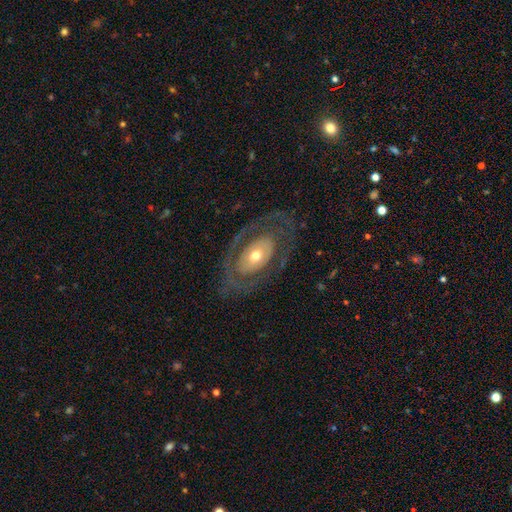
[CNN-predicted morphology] type=featured or disk (68%); edge-on=no (92%); bar=no (81%); spiral arms=no (63%); bulge=moderate (61%); merging=none (72%).